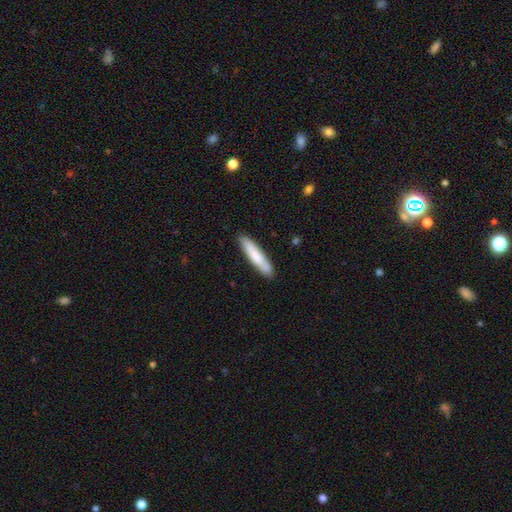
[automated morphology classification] smooth_or_featured: smooth (p=0.74) [alt: featured or disk p=0.21]
how_rounded: cigar-shaped (p=0.85) [alt: in between p=0.13]
merging: none (p=0.79) [alt: minor disturbance p=0.14]